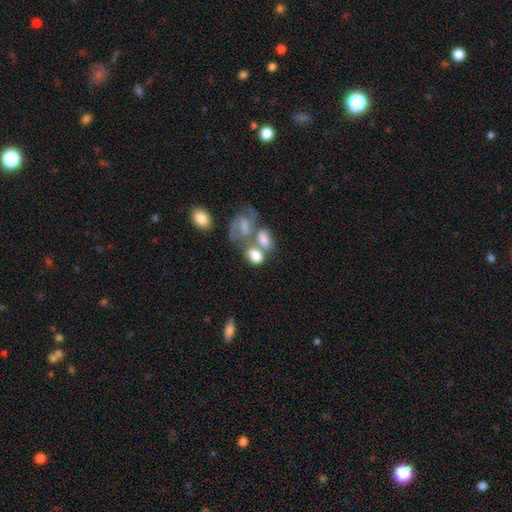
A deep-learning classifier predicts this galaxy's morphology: A smooth galaxy with no disk features (70%) that is in between round and cigar-shaped (78%).

Vote fractions:
- Smooth or featured? smooth: 70% / featured or disk: 22% / star or artifact: 8%
- How rounded? in between: 78% / round: 20% / cigar-shaped: 2%
- Merging? merger: 52% / none: 26% / minor disturbance: 12% / major disturbance: 9%